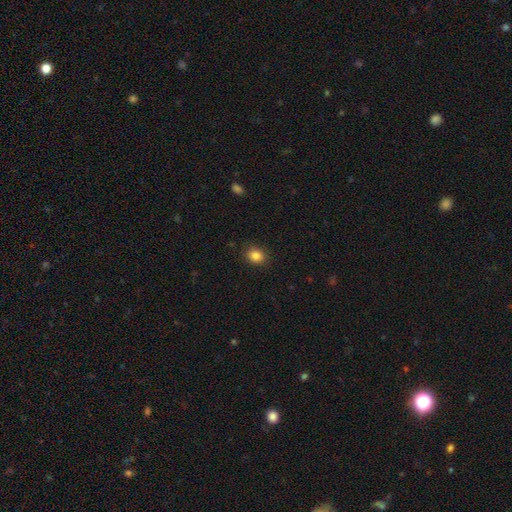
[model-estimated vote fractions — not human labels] Morphology: type=smooth (85%); roundness=round (60%); merging=none (88%).